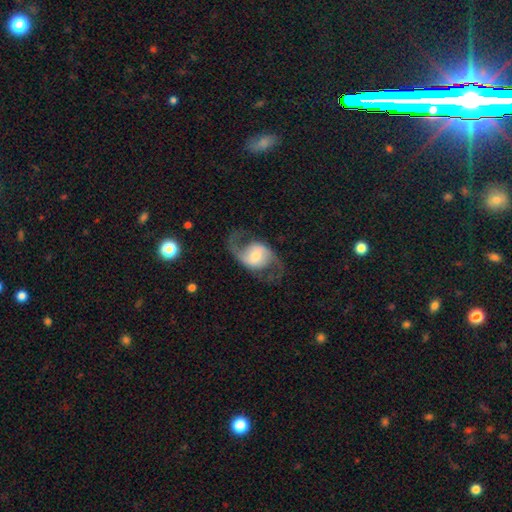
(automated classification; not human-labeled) A featured or disk galaxy (84%) with a weak bar (42%), 2 (92%) loose (56%) spiral arms (94%) and a moderate central bulge (47%).

Vote fractions:
- Smooth or featured? featured or disk: 84% / smooth: 11% / star or artifact: 6%
- Edge-on disk? no: 97% / yes: 3%
- Bar? weak: 42% / no: 40% / strong: 18%
- Spiral arms? yes: 94% / no: 6%
- Spiral winding? loose: 56% / medium: 37% / tight: 7%
- Spiral arm count? 2: 92% / 1: 3% / can't tell: 2% / 3: 1% / 4: 1% / more than 4: 1%
- Bulge size? moderate: 47% / small: 35% / large: 12% / dominant: 3% / none: 2%
- Merging? none: 73% / minor disturbance: 13% / major disturbance: 12% / merger: 1%